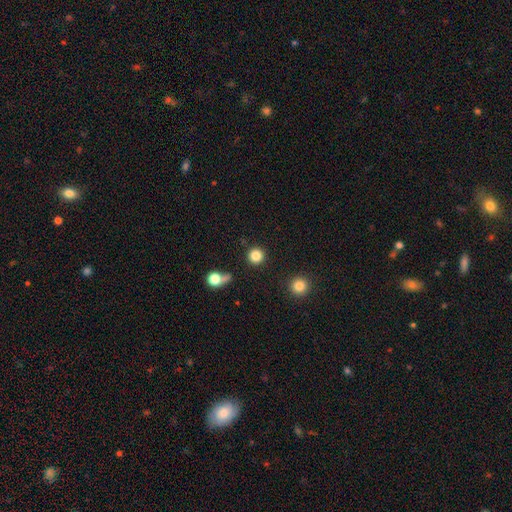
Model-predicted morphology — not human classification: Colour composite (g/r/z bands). It shows a smooth galaxy with no disk features (84%) that is round (95%). Merging: none (89%).